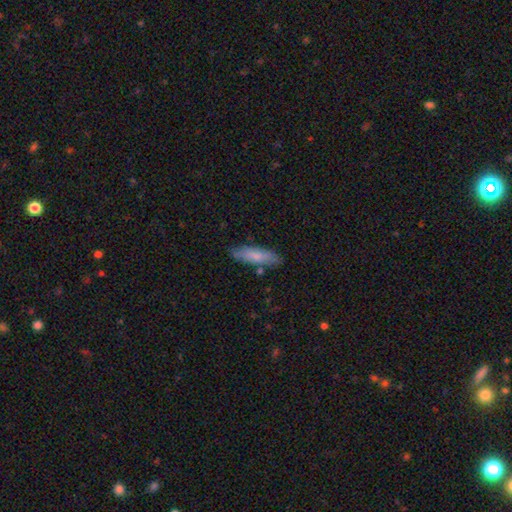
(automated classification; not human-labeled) Smooth or featured?
  - smooth: 75% *
  - featured or disk: 20%
  - star or artifact: 6%
How rounded?
  - cigar-shaped: 60% *
  - in between: 38%
  - round: 2%
Merging?
  - none: 80% *
  - minor disturbance: 14%
  - merger: 3%
  - major disturbance: 3%